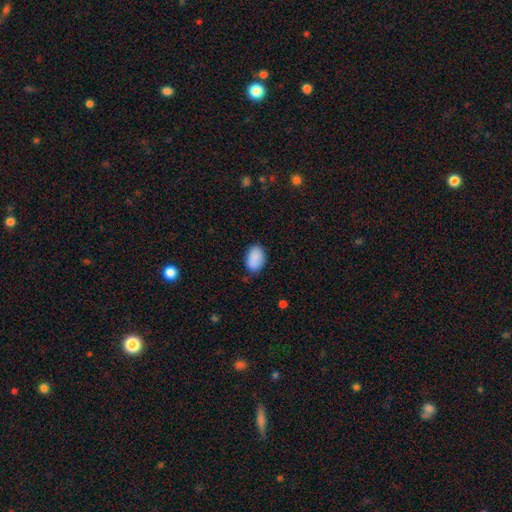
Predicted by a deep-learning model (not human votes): Morphology: type=smooth (89%); roundness=in between (87%); merging=none (79%).